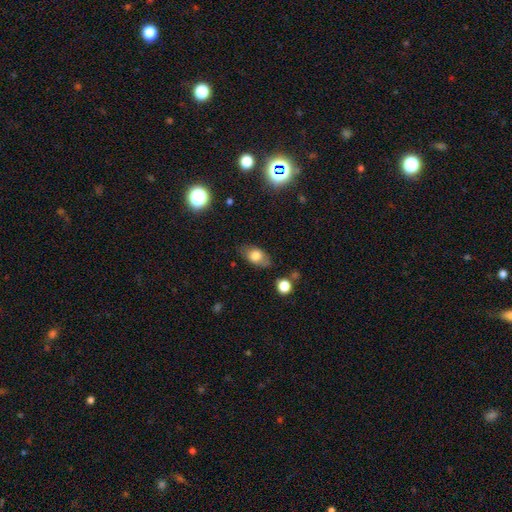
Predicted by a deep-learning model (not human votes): smooth-or-featured: smooth: 74% | featured or disk: 17% | star or artifact: 9%
  how-rounded: in between: 86% | round: 11% | cigar-shaped: 3%
  merging: none: 73% | minor disturbance: 19% | major disturbance: 5% | merger: 2%